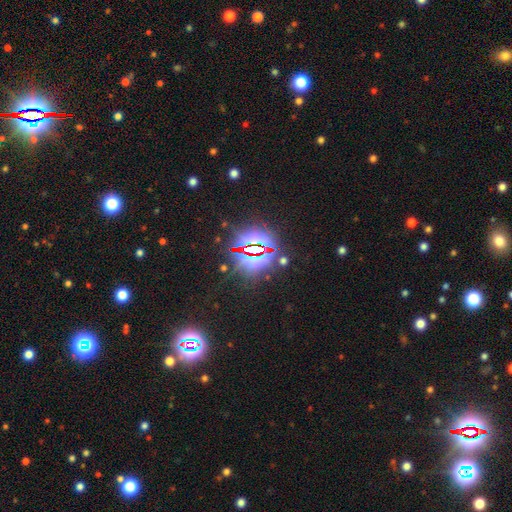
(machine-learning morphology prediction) The model was most divided on "smooth or featured": star or artifact: 83%, smooth: 10%, featured or disk: 8%.